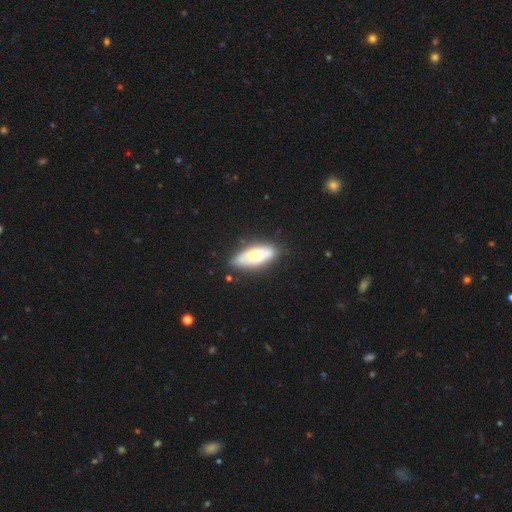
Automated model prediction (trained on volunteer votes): Overall: smooth (52%; featured or disk 42%). How rounded: in between (79%). Merging: none (75%).